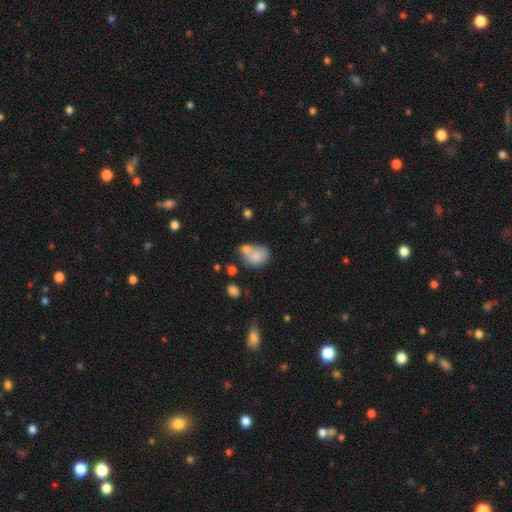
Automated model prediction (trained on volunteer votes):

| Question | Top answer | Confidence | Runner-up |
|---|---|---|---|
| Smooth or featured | smooth | 78% | featured or disk (13%) |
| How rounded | in between | 55% | round (44%) |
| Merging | merger | 44% | none (32%) |